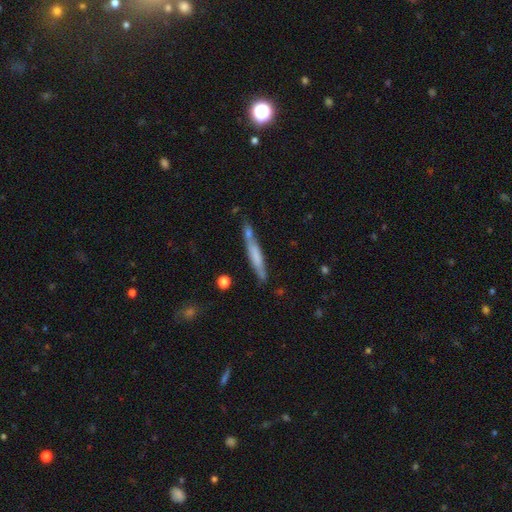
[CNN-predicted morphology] A smooth galaxy with no disk features (57%) that is cigar-shaped (93%). Merging: none (63%).